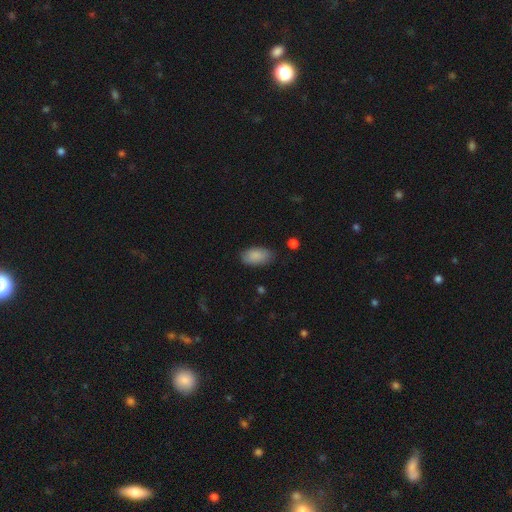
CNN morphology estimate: A smooth galaxy with no disk features (88%) that is in between round and cigar-shaped (94%). Merging: none (81%).